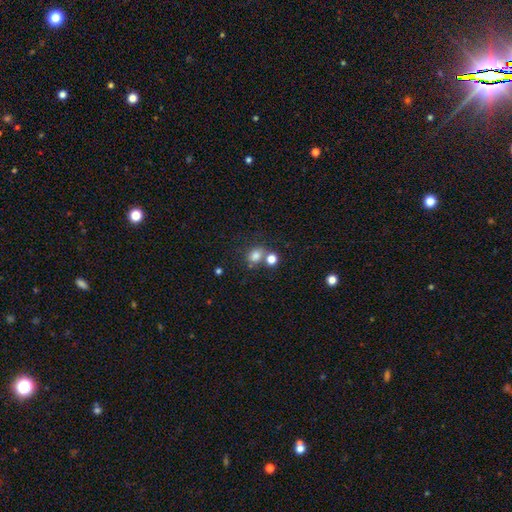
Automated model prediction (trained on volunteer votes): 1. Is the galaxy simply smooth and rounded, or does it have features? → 77% smooth, 14% star or artifact, 9% featured or disk.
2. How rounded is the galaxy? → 62% round, 37% in between, 1% cigar-shaped.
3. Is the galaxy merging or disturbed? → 52% none, 31% merger, 12% minor disturbance, 5% major disturbance.